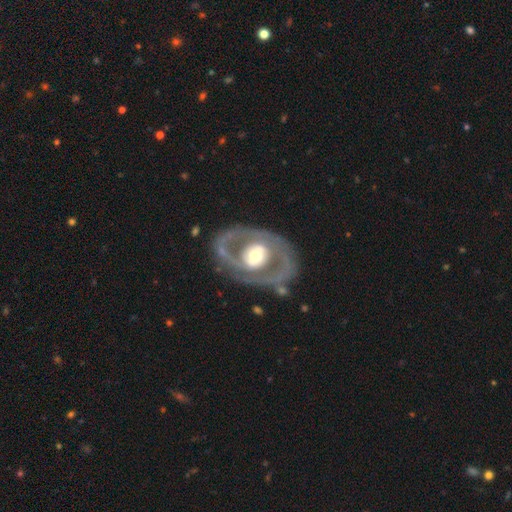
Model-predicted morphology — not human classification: Smooth or featured? featured or disk (76%)
Edge-on disk? no (94%)
Bar? no (62%)
Spiral arms? no (53%)
Bulge size? moderate (62%)
Merging? none (75%)